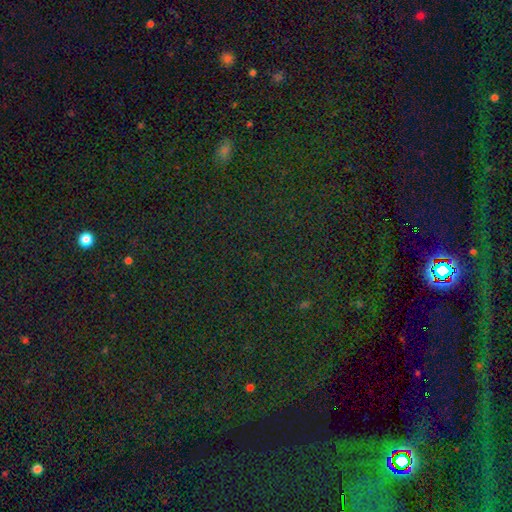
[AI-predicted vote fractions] smooth_or_featured: star or artifact (p=0.79) [alt: smooth p=0.12]